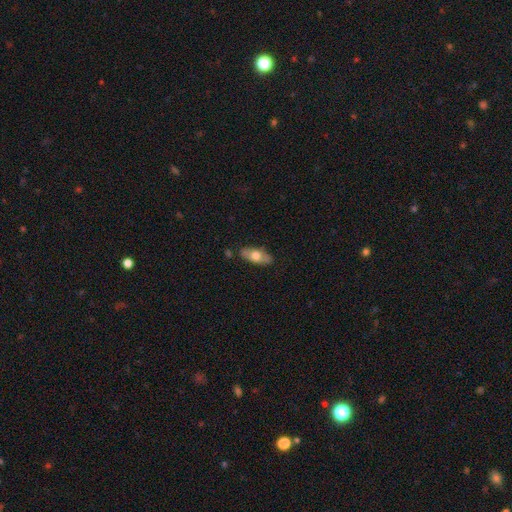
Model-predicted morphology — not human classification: smooth 64%, featured or disk 30%, star or artifact 6%. Down the decision tree: how rounded — in between (82%); merging — none (83%).